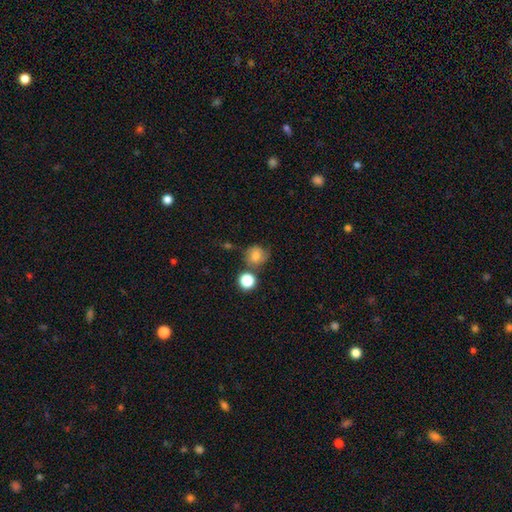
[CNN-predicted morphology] Smooth or featured: smooth — 66% (featured or disk — 21%)
How rounded: round — 82% (in between — 17%)
Merging: none — 60% (minor disturbance — 20%)